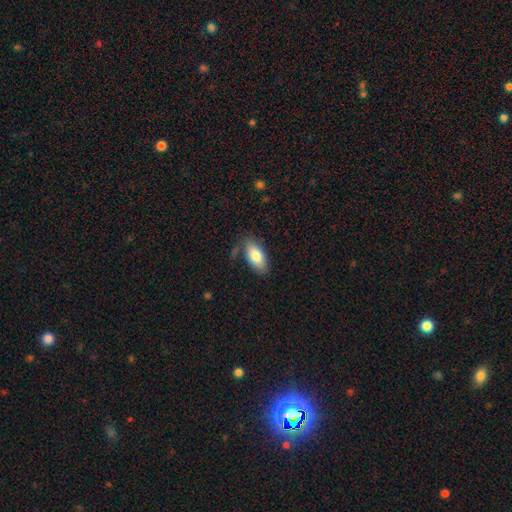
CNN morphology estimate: Q: Smooth or featured?
A: smooth (81%); runner-up: featured or disk (12%)
Q: How rounded?
A: in between (90%); runner-up: cigar-shaped (7%)
Q: Merging?
A: none (72%); runner-up: minor disturbance (18%)